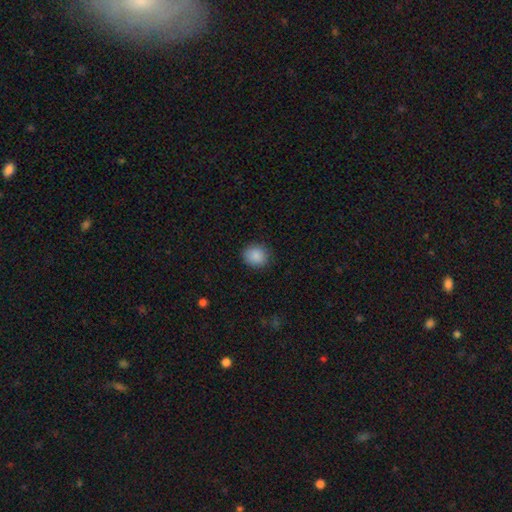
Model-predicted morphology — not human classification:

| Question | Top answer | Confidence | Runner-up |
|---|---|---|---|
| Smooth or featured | smooth | 88% | star or artifact (8%) |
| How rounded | round | 81% | in between (18%) |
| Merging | none | 87% | minor disturbance (9%) |